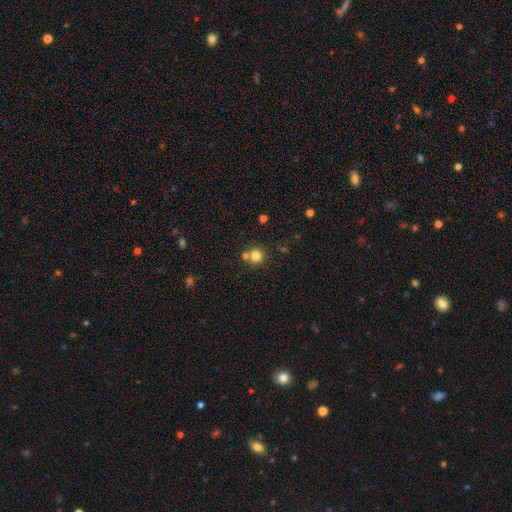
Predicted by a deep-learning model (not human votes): Smooth or featured?
  - smooth: 79% *
  - star or artifact: 13%
  - featured or disk: 7%
How rounded?
  - round: 93% *
  - in between: 6%
  - cigar-shaped: 1%
Merging?
  - none: 66% *
  - merger: 24%
  - minor disturbance: 8%
  - major disturbance: 3%